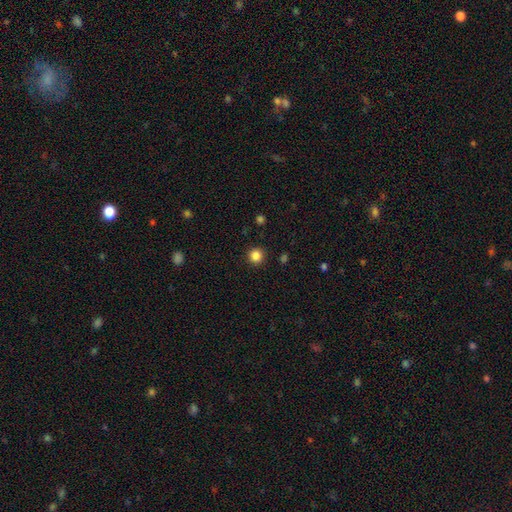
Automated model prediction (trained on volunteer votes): Overall: smooth (85%). How rounded: round (94%). Merging: none (92%).